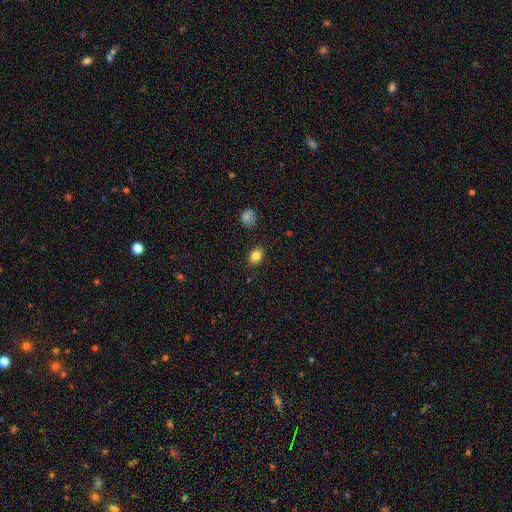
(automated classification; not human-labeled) smooth 82%, star or artifact 10%, featured or disk 8%. Down the decision tree: how rounded — in between (66%); merging — none (85%).